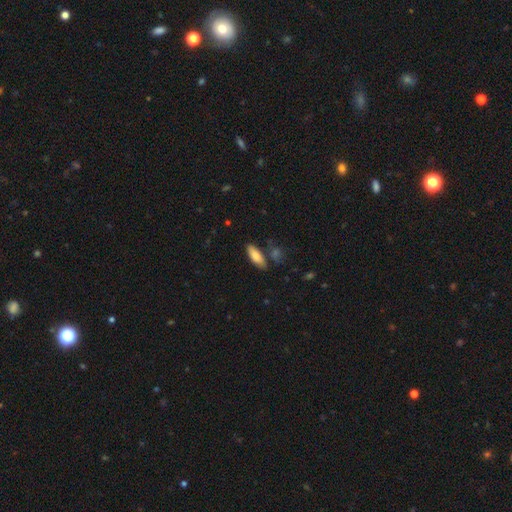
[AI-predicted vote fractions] The model was most divided on "how rounded": in between: 66%, cigar-shaped: 32%, round: 2%. More confident: smooth or featured — smooth (82%); merging — none (76%).